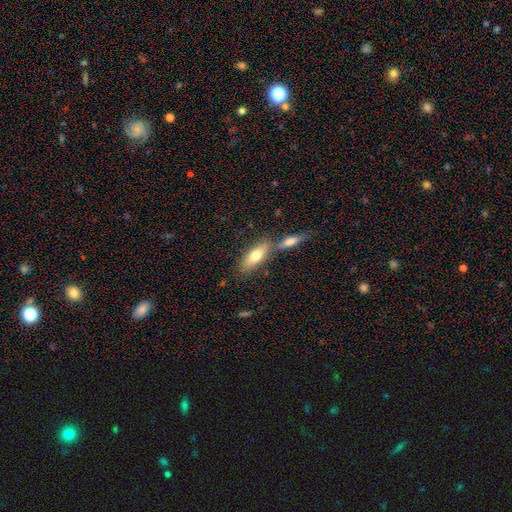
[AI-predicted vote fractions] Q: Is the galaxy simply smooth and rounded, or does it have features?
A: smooth — 69%.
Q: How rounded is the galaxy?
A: in between — 63%.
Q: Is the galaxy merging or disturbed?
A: none — 53%.